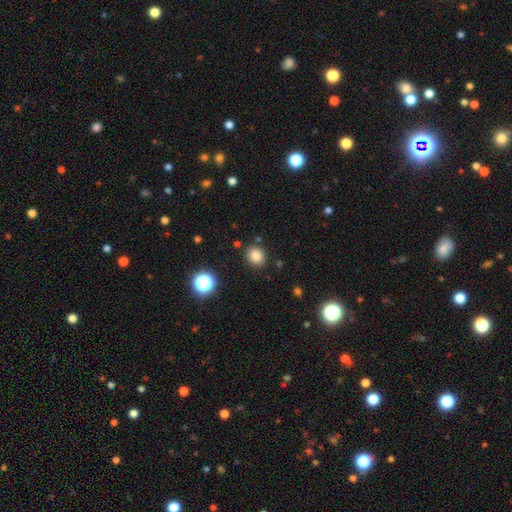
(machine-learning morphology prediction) The model was most divided on "how rounded": round: 73%, in between: 26%, cigar-shaped: 1%. More confident: merging — none (87%); smooth or featured — smooth (82%).